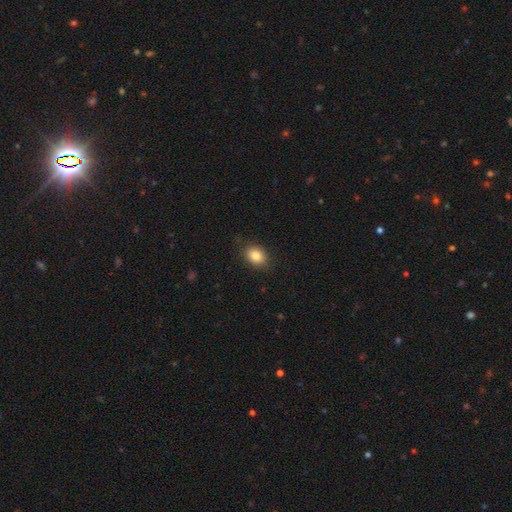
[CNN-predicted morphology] smooth_or_featured: smooth (p=0.84) [alt: star or artifact p=0.09]
how_rounded: in between (p=0.65) [alt: round p=0.33]
merging: none (p=0.85) [alt: minor disturbance p=0.12]